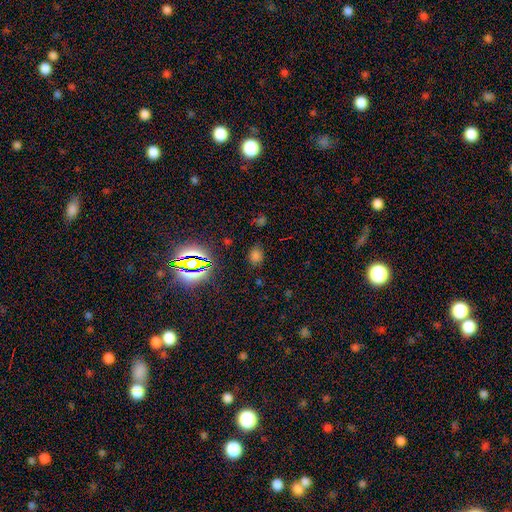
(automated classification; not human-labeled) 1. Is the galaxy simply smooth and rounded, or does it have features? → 61% smooth, 33% star or artifact, 6% featured or disk.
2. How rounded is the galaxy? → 50% round, 49% in between, 1% cigar-shaped.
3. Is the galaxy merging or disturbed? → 79% none, 14% minor disturbance, 5% major disturbance, 2% merger.